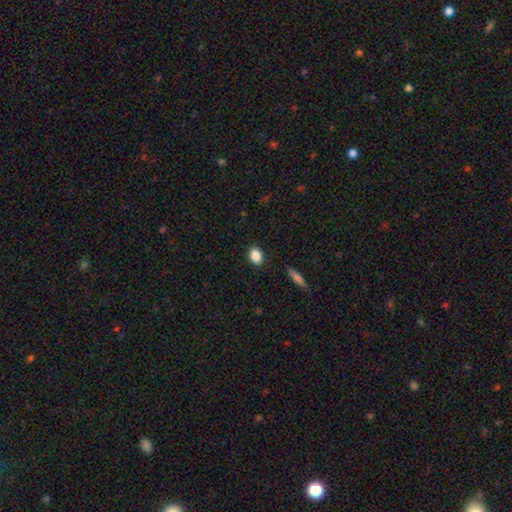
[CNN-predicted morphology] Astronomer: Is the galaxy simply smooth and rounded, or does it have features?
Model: smooth — 87%.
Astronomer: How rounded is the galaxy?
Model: in between — 67%.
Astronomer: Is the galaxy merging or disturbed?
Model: none — 88%.